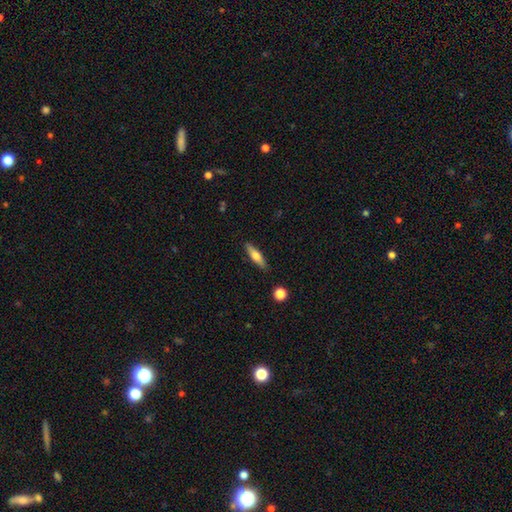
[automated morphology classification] smooth 55%, featured or disk 39%, star or artifact 6%. Down the decision tree: how rounded — cigar-shaped (72%); merging — none (88%).